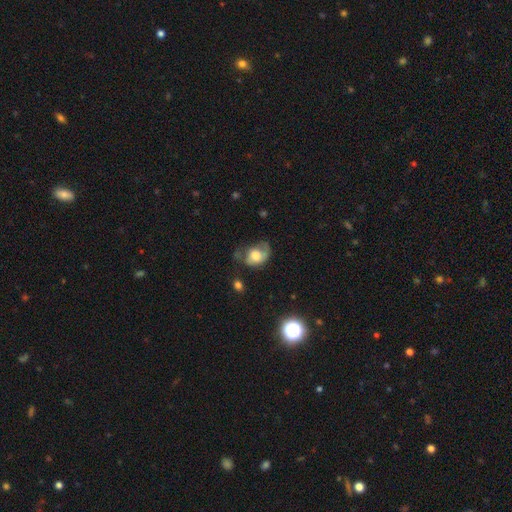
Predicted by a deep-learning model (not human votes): Q: Smooth or featured?
A: smooth (51%); runner-up: featured or disk (40%)
Q: How rounded?
A: in between (65%); runner-up: round (34%)
Q: Merging?
A: none (35%); runner-up: minor disturbance (31%)